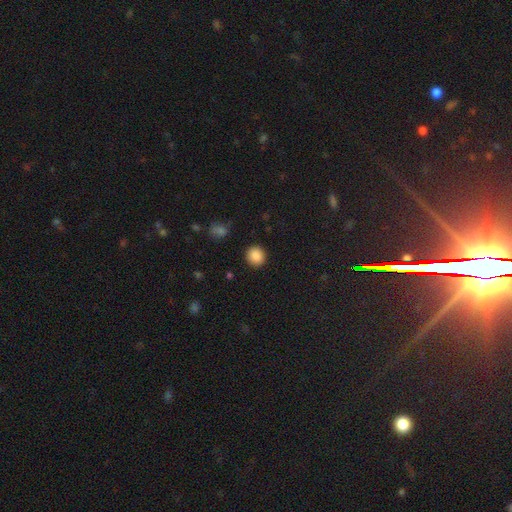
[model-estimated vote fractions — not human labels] smooth 88%, star or artifact 9%, featured or disk 3%. Down the decision tree: how rounded — round (86%); merging — none (91%).